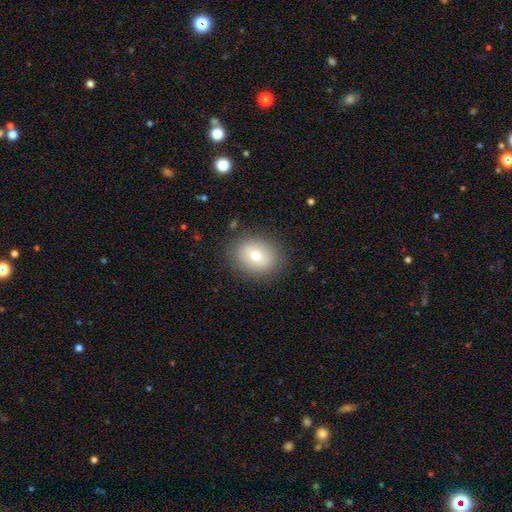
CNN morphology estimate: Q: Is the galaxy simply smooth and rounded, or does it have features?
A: smooth — 74%.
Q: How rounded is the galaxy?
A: in between — 55%.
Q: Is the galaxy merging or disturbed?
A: none — 86%.